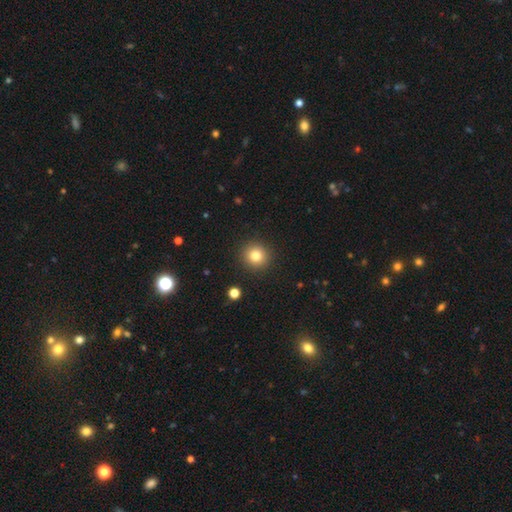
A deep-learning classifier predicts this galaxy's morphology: Smooth or featured: smooth — 81% (star or artifact — 12%)
How rounded: round — 94% (in between — 5%)
Merging: none — 92% (minor disturbance — 5%)